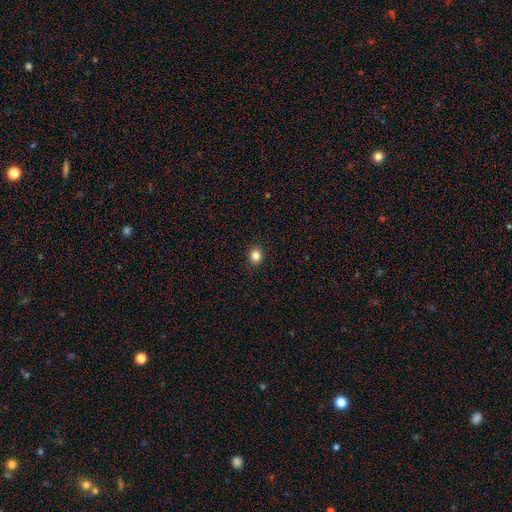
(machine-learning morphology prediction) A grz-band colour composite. It shows a smooth galaxy with no disk features (84%) that is round (71%). Merging: none (91%).